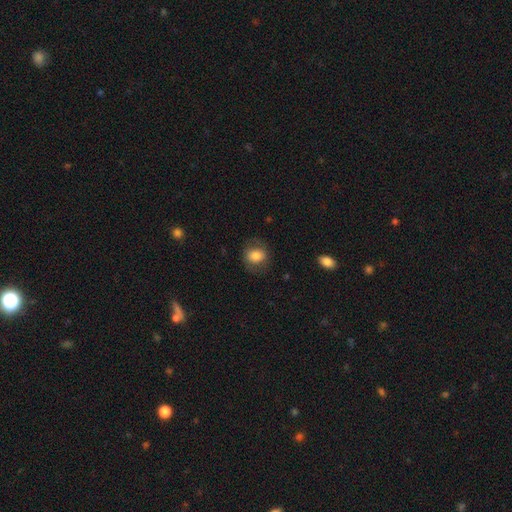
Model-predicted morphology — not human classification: Smooth or featured?
  - smooth: 74% *
  - featured or disk: 18%
  - star or artifact: 8%
How rounded?
  - round: 62% *
  - in between: 37%
  - cigar-shaped: 1%
Merging?
  - none: 76% *
  - minor disturbance: 15%
  - major disturbance: 8%
  - merger: 1%